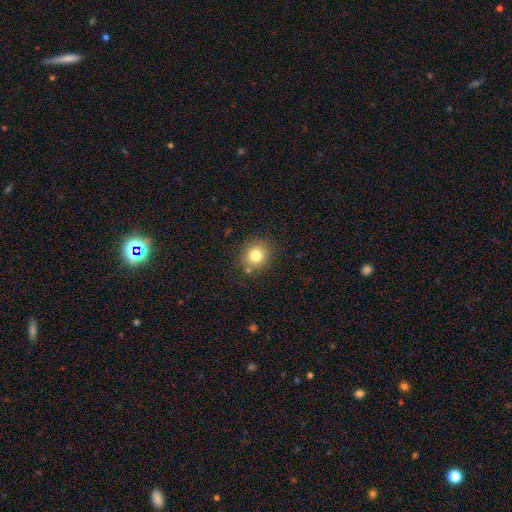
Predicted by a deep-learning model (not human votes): smooth_or_featured: smooth (p=0.80) [alt: star or artifact p=0.11]
how_rounded: round (p=0.80) [alt: in between p=0.19]
merging: none (p=0.84) [alt: minor disturbance p=0.10]